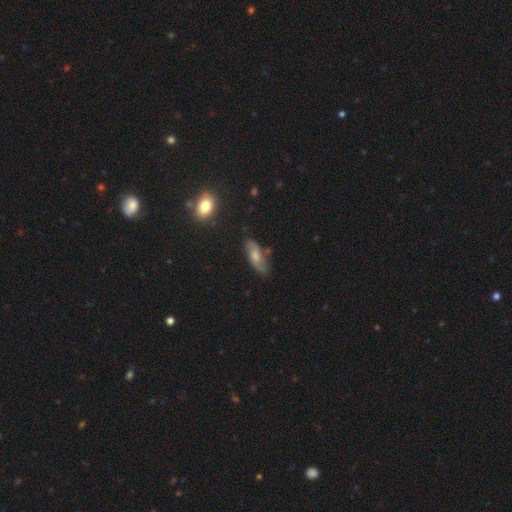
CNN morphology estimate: Smooth or featured? smooth (57%)
How rounded? in between (73%)
Merging? none (76%)